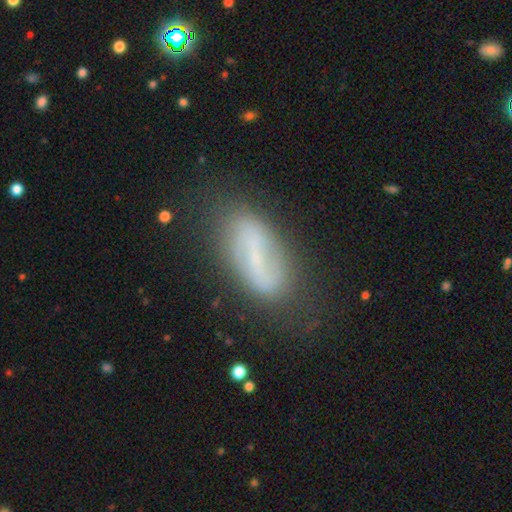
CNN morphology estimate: The model was most divided on "smooth or featured": featured or disk: 51%, smooth: 39%, star or artifact: 10%. More confident: edge-on disk — no (85%); merging — none (67%).